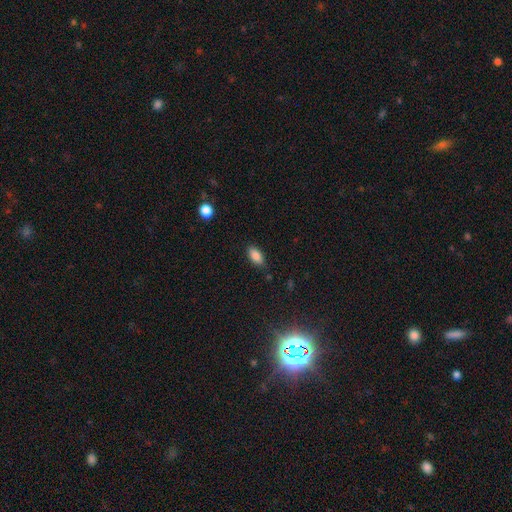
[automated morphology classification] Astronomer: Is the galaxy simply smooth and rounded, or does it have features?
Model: smooth — 85%.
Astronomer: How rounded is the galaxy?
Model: in between — 90%.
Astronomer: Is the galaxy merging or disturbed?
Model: none — 81%.